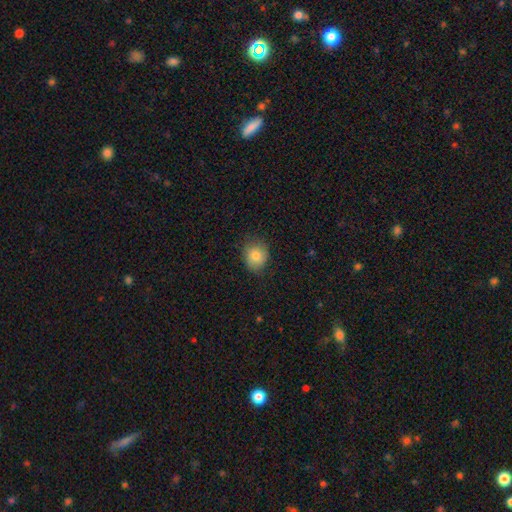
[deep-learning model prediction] Smooth or featured? smooth (81%)
How rounded? round (71%)
Merging? none (79%)